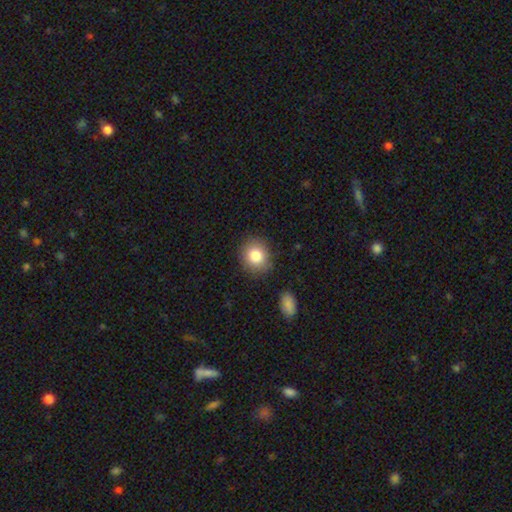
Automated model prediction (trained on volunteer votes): A smooth galaxy with no disk features (83%) that is round (77%). Merging: none (86%).